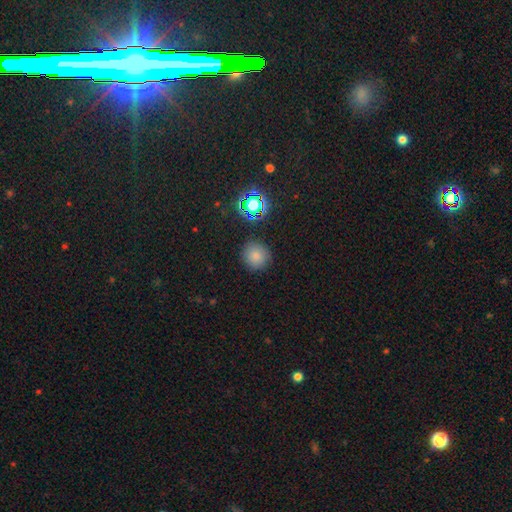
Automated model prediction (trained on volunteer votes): Morphology: type=smooth (76%); roundness=round (93%); merging=none (88%).